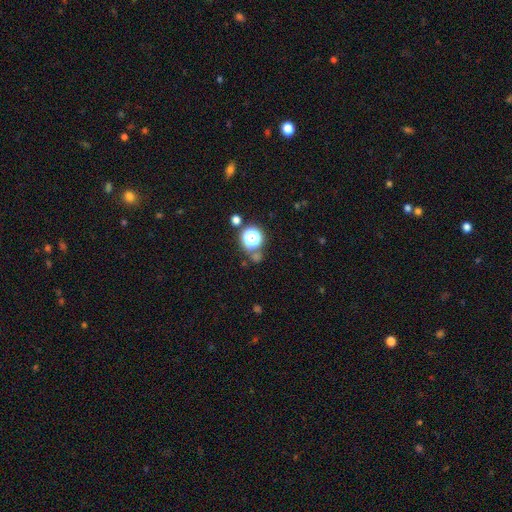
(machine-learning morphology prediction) smooth-or-featured: star or artifact: 62% | smooth: 30% | featured or disk: 8%